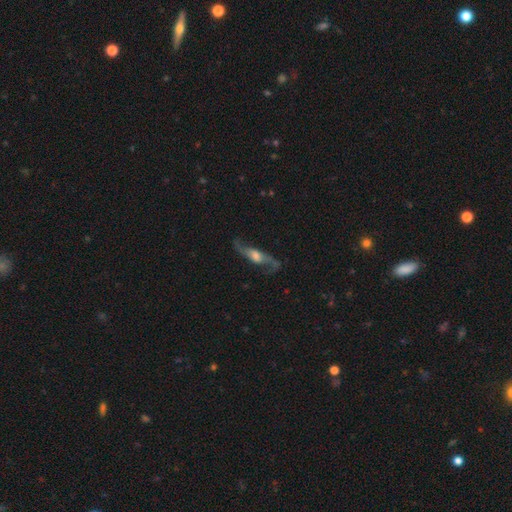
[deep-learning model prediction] This is clearly a featured or disk galaxy (83%). It is likely not viewed edge-on (76%). Bar: possibly no (45%). Spiral arm pattern: clearly yes (95%). Spiral arm count: clearly 2 (92%). Spiral winding: likely loose (68%). Central bulge: possibly moderate (52%). Merging: likely none (77%).